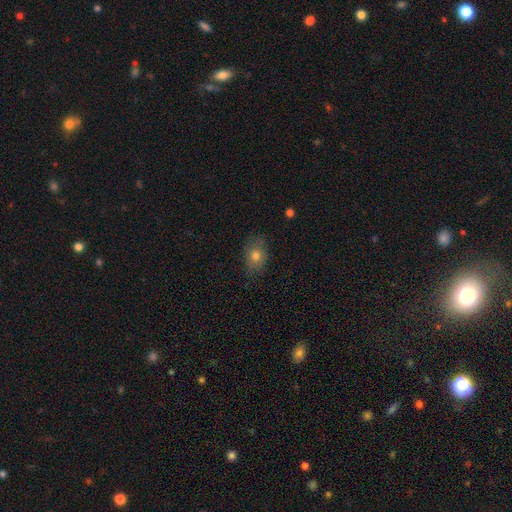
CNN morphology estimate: Q: Smooth or featured?
A: smooth (76%); runner-up: featured or disk (13%)
Q: How rounded?
A: in between (70%); runner-up: round (28%)
Q: Merging?
A: none (78%); runner-up: minor disturbance (17%)